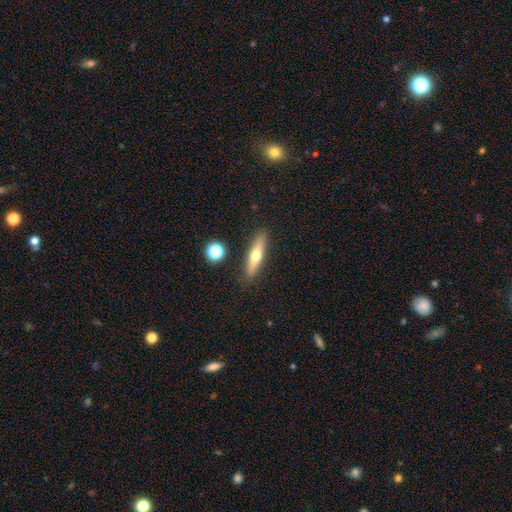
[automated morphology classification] type=smooth (50%); roundness=cigar-shaped (79%); merging=none (87%).